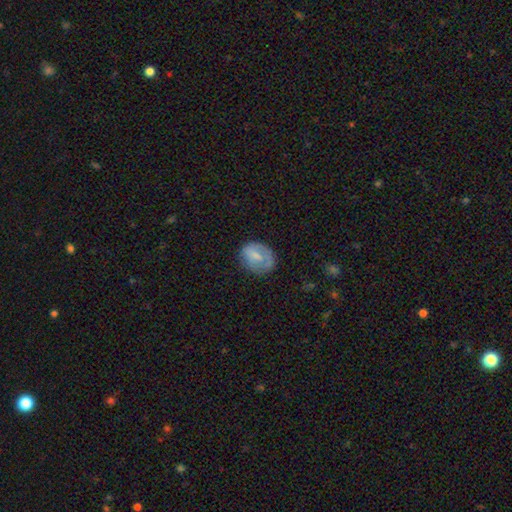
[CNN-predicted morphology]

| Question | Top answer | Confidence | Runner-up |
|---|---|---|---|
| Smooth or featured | smooth | 62% | featured or disk (30%) |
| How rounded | in between | 51% | round (48%) |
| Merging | none | 61% | minor disturbance (25%) |